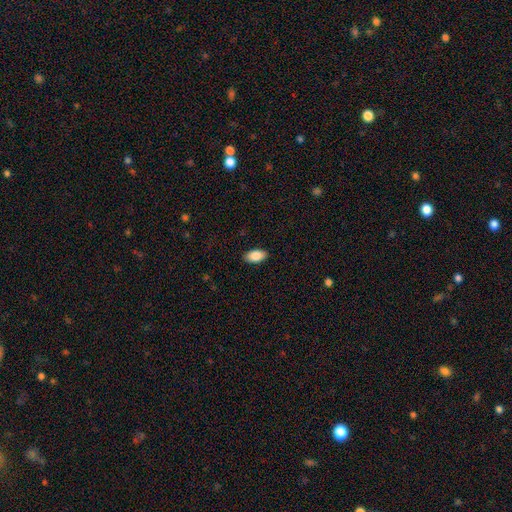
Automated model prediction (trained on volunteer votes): Smooth or featured?
  - smooth: 87% *
  - star or artifact: 7%
  - featured or disk: 6%
How rounded?
  - in between: 94% *
  - round: 3%
  - cigar-shaped: 3%
Merging?
  - none: 89% *
  - minor disturbance: 8%
  - major disturbance: 2%
  - merger: 1%